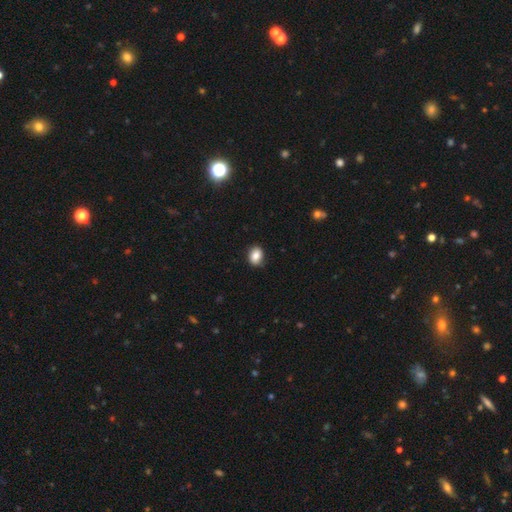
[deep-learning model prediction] A smooth galaxy with no disk features (84%) that is in between round and cigar-shaped (66%).

Vote fractions:
- Smooth or featured? smooth: 84% / star or artifact: 9% / featured or disk: 7%
- How rounded? in between: 66% / round: 33% / cigar-shaped: 1%
- Merging? none: 85% / minor disturbance: 12% / major disturbance: 2% / merger: 1%